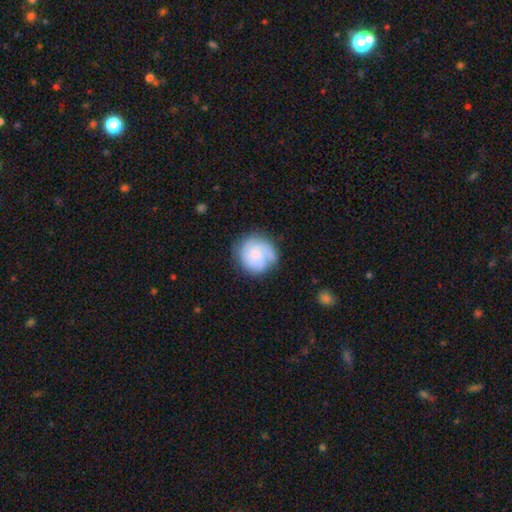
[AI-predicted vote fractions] Overall: featured or disk (52%; smooth 40%). Edge-on disk: no (98%). Bar: no (77%). Spiral arms: yes (89%). Bulge size: small (49%; none 23%). Merging: none (67%).